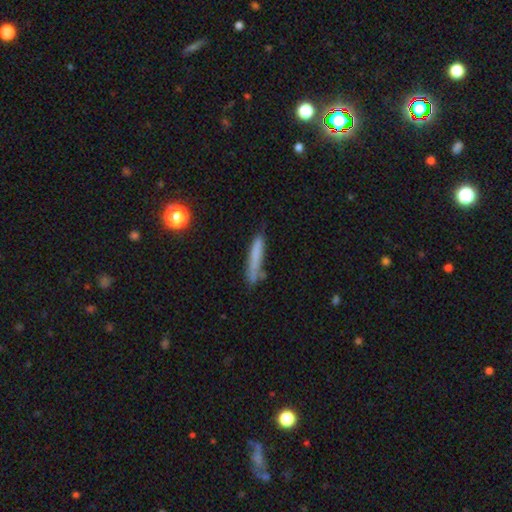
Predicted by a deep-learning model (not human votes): Smooth or featured?
  - smooth: 71% *
  - featured or disk: 20%
  - star or artifact: 9%
How rounded?
  - cigar-shaped: 93% *
  - in between: 6%
  - round: 2%
Merging?
  - none: 70% *
  - minor disturbance: 19%
  - merger: 6%
  - major disturbance: 5%